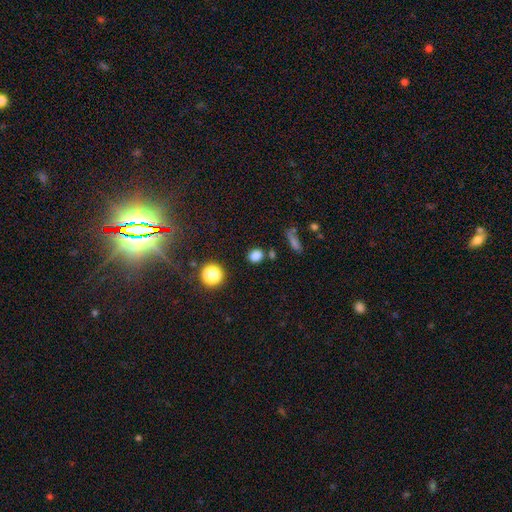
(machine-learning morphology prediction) smooth_or_featured: smooth (p=0.79) [alt: star or artifact p=0.17]
how_rounded: round (p=0.63) [alt: in between p=0.34]
merging: none (p=0.80) [alt: minor disturbance p=0.11]